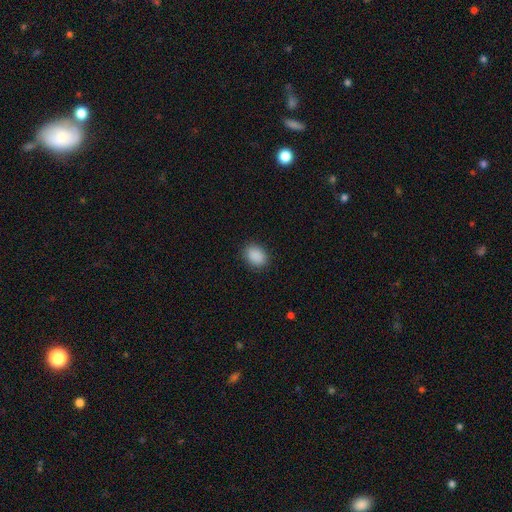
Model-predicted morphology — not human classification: Q: Smooth or featured?
A: smooth (90%); runner-up: star or artifact (8%)
Q: How rounded?
A: in between (74%); runner-up: round (25%)
Q: Merging?
A: none (88%); runner-up: minor disturbance (9%)